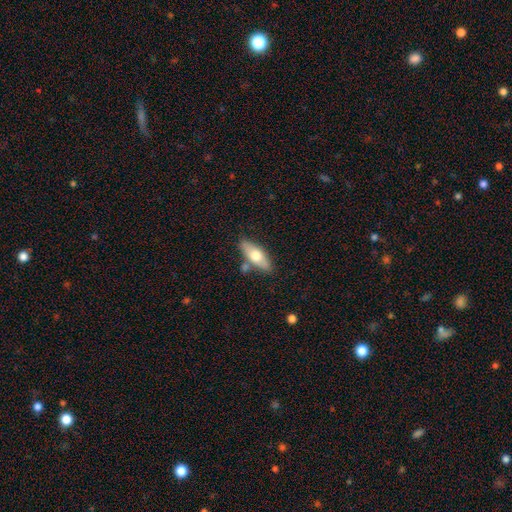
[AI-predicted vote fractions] Smooth or featured: smooth — 61% (featured or disk — 33%)
How rounded: in between — 69% (cigar-shaped — 28%)
Merging: none — 75% (minor disturbance — 13%)